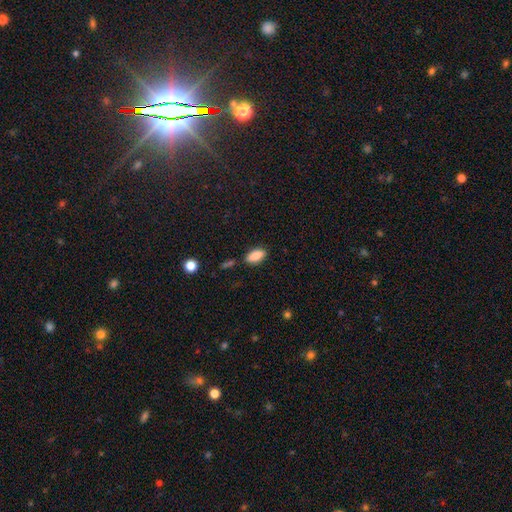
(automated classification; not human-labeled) Morphology: type=smooth (85%); roundness=in between (90%); merging=none (83%).